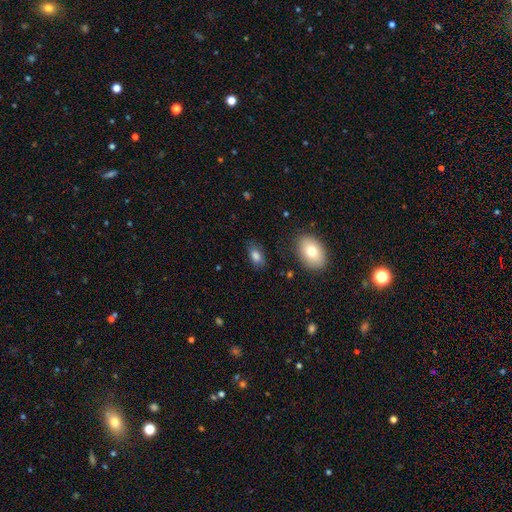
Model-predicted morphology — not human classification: Q: Smooth or featured?
A: smooth (81%); runner-up: featured or disk (10%)
Q: How rounded?
A: in between (90%); runner-up: round (8%)
Q: Merging?
A: none (78%); runner-up: minor disturbance (15%)